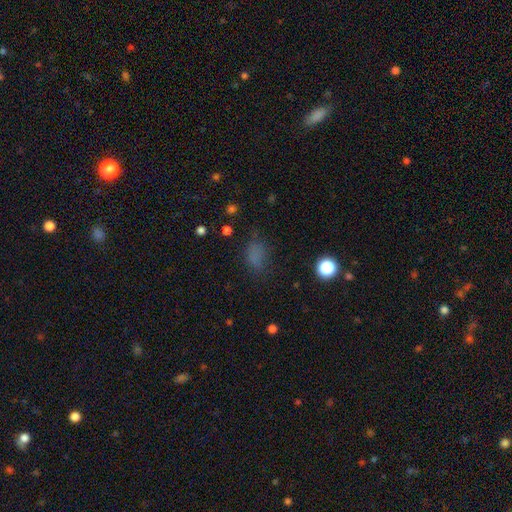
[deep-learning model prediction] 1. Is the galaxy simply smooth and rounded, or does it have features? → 73% smooth, 20% star or artifact, 8% featured or disk.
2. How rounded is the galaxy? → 79% in between, 18% round, 3% cigar-shaped.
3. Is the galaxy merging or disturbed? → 67% none, 20% minor disturbance, 11% major disturbance, 2% merger.